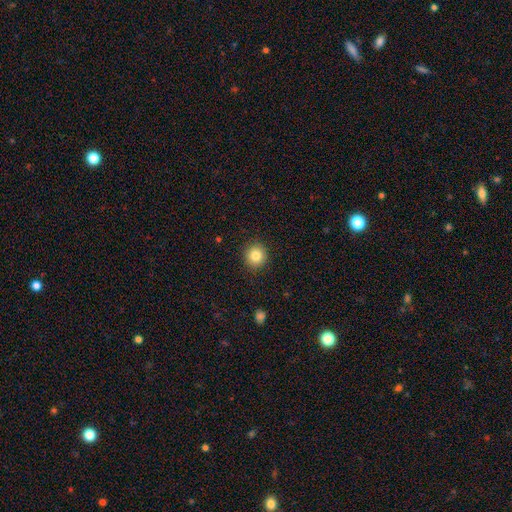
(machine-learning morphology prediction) smooth_or_featured: smooth (p=0.84) [alt: star or artifact p=0.10]
how_rounded: round (p=0.93) [alt: in between p=0.06]
merging: none (p=0.92) [alt: minor disturbance p=0.05]